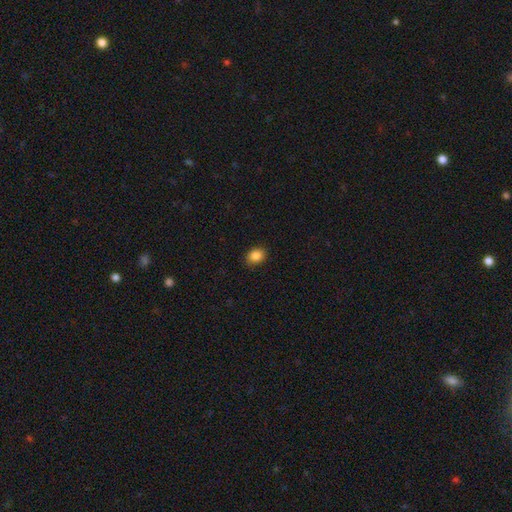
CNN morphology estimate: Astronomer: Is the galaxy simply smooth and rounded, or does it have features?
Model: smooth — 86%.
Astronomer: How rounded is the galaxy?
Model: in between — 58% (runner-up: round, 41%).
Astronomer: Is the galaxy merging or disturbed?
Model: none — 88%.